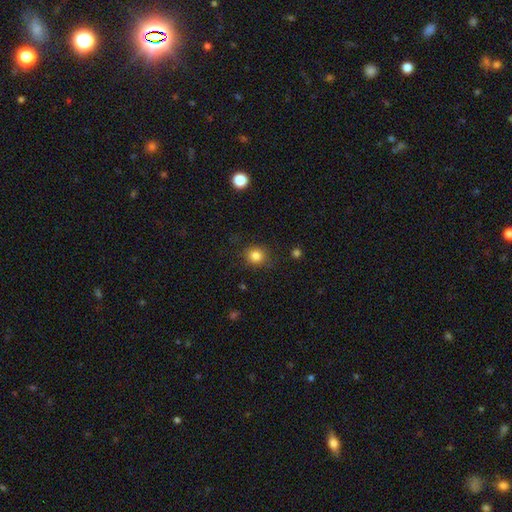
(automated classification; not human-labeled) Overall: smooth (83%). How rounded: round (85%). Merging: none (86%).